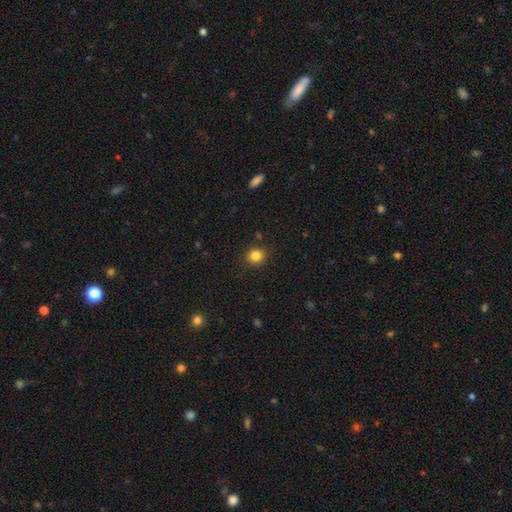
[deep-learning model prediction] Smooth or featured? Predicted: smooth (p=0.83). How rounded? Predicted: round (p=0.83). Merging? Predicted: none (p=0.89).